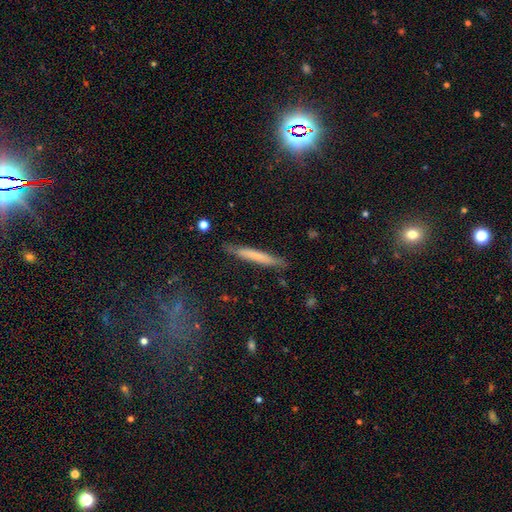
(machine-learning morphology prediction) Smooth or featured? Predicted: smooth (p=0.63). How rounded? Predicted: cigar-shaped (p=0.96). Merging? Predicted: none (p=0.85).